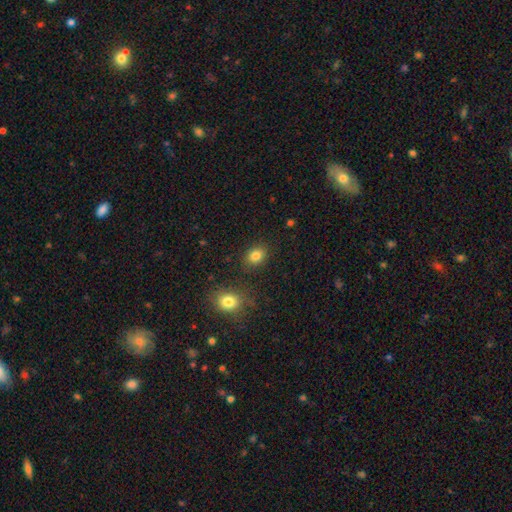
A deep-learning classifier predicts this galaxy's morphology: The model was most divided on "how rounded": in between: 51%, round: 48%, cigar-shaped: 1%. More confident: merging — none (83%); smooth or featured — smooth (83%).